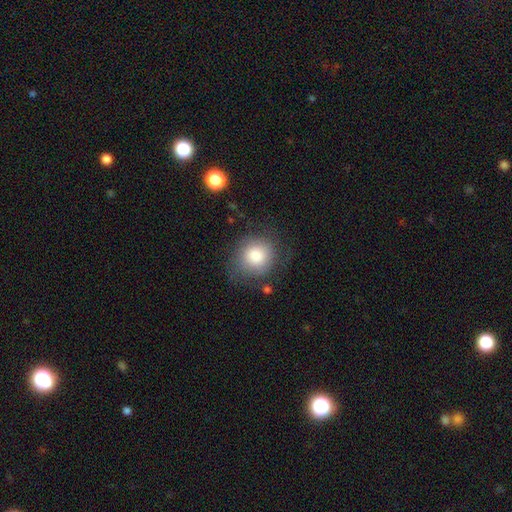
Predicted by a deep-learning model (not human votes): smooth 78%, featured or disk 13%, star or artifact 8%. Down the decision tree: how rounded — round (84%); merging — none (68%).